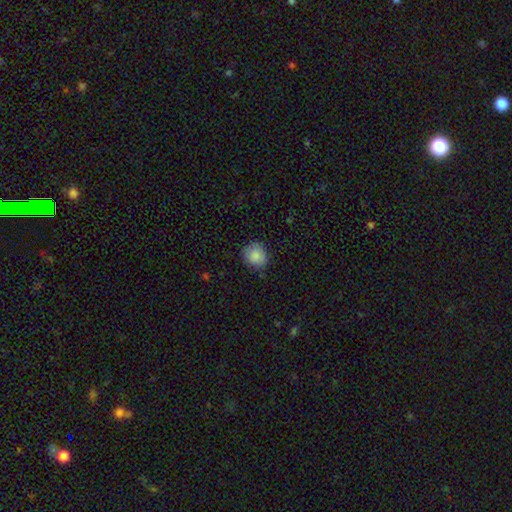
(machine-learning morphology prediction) smooth-or-featured: smooth: 87% | star or artifact: 8% | featured or disk: 5%
  how-rounded: round: 83% | in between: 16% | cigar-shaped: 1%
  merging: none: 81% | minor disturbance: 15% | major disturbance: 3% | merger: 1%